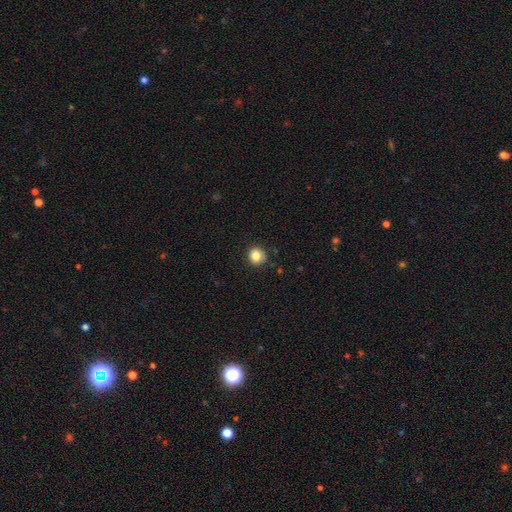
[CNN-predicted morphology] smooth 83%, star or artifact 10%, featured or disk 6%. Down the decision tree: how rounded — round (89%); merging — none (86%).